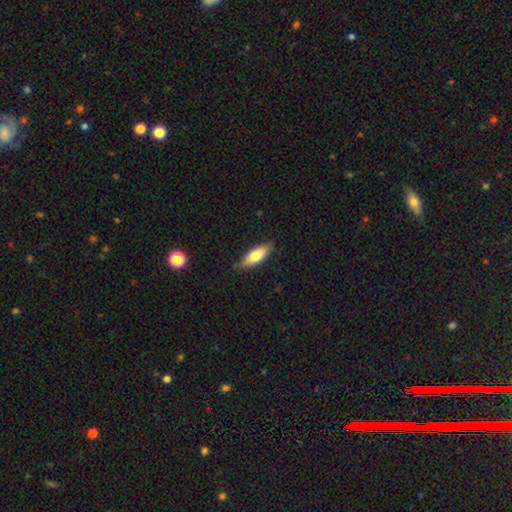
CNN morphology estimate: This is likely a smooth galaxy (70%). How rounded: likely in between (65%). Merging: clearly none (81%).